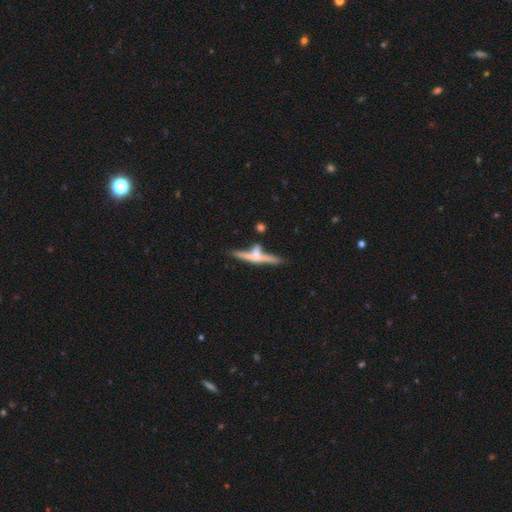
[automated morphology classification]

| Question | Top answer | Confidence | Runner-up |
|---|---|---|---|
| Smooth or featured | featured or disk | 61% | smooth (31%) |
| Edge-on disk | yes | 90% | no (10%) |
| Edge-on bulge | rounded | 66% | none (22%) |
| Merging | none | 50% | merger (28%) |